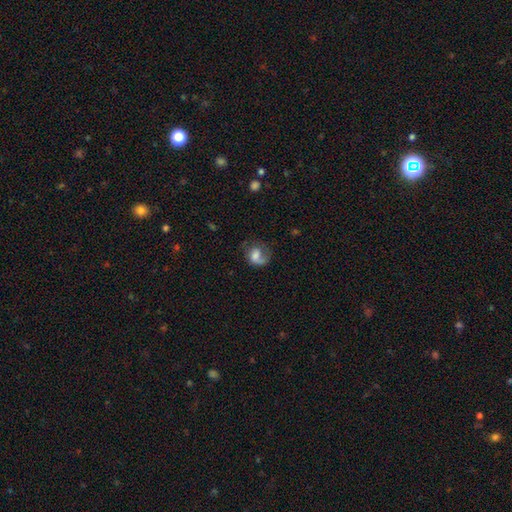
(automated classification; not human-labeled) A smooth galaxy with no disk features (55%) that is round (52%). Merging: none (38%).